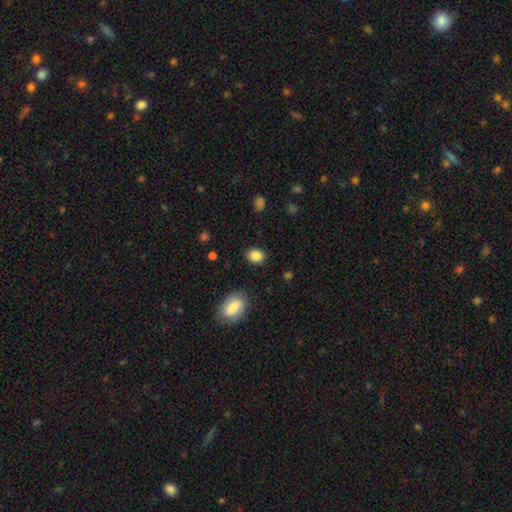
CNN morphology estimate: A smooth galaxy with no disk features (86%) that is in between round and cigar-shaped (62%). Merging: none (84%).